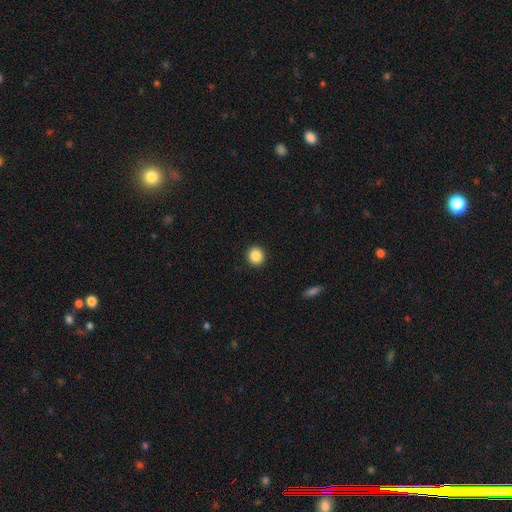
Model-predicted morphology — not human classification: type=smooth (88%); roundness=round (87%); merging=none (92%).